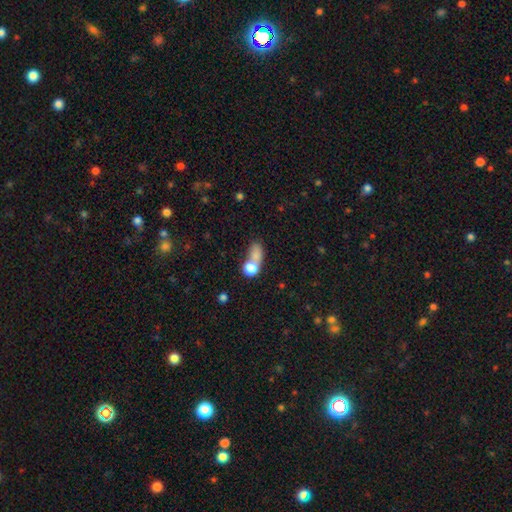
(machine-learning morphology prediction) Overall: smooth (78%). How rounded: in between (53%; round 41%). Merging: merger (55%; none 25%).